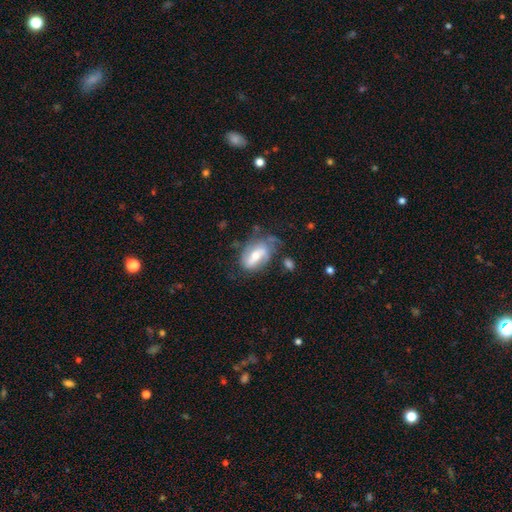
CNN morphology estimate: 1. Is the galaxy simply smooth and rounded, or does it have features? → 59% featured or disk, 33% smooth, 7% star or artifact.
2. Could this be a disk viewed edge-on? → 92% no, 8% yes.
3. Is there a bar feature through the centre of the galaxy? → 38% weak, 34% strong, 28% no.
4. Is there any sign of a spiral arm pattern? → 71% yes, 29% no.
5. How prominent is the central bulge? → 59% moderate, 28% small, 9% large, 2% none, 1% dominant.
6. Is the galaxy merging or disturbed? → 45% none, 29% minor disturbance, 21% major disturbance, 5% merger.